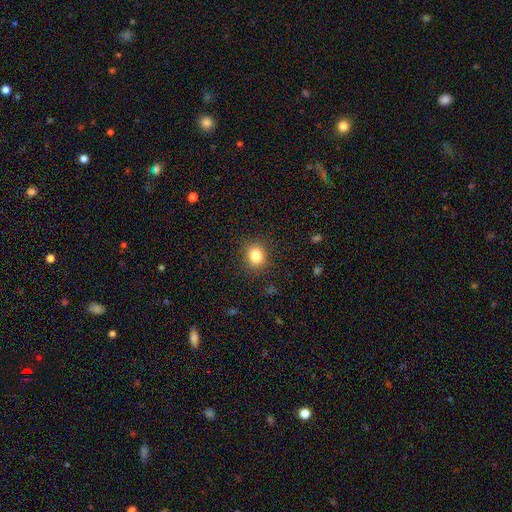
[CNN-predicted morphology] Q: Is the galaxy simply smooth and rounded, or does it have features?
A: smooth — 83%.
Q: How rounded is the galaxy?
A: round — 78%.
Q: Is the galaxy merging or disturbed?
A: none — 89%.